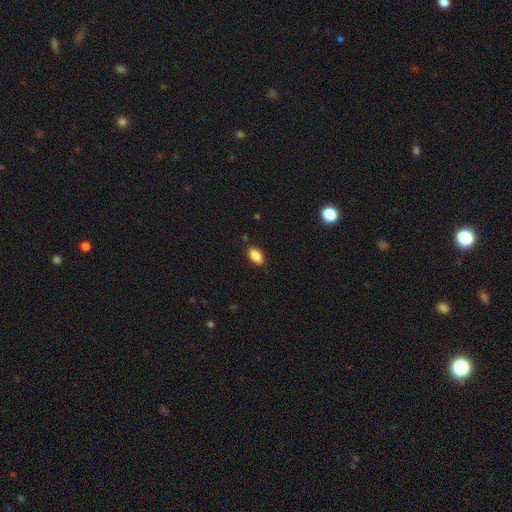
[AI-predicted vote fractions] Morphology: type=smooth (87%); roundness=in between (92%); merging=none (85%).